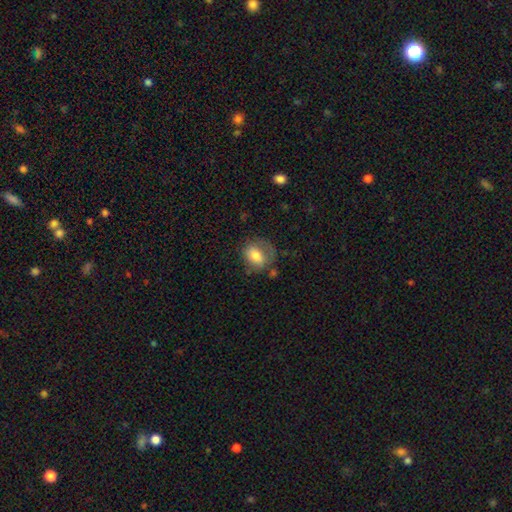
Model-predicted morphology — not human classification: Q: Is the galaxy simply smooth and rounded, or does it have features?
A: smooth — 69%.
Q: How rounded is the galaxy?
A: in between — 57%.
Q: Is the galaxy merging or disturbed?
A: none — 51%.